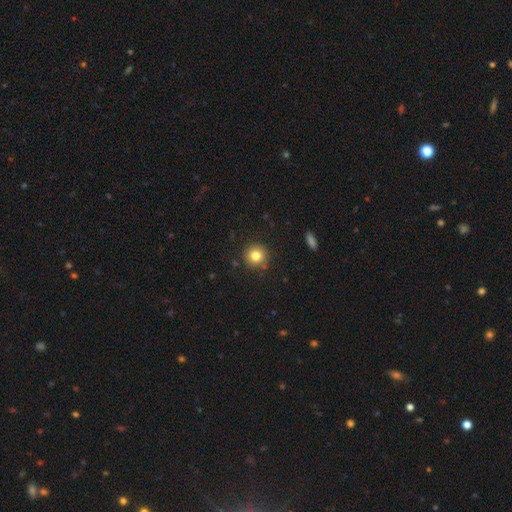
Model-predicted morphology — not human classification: smooth 81%, star or artifact 11%, featured or disk 8%. Down the decision tree: how rounded — round (94%); merging — none (89%).